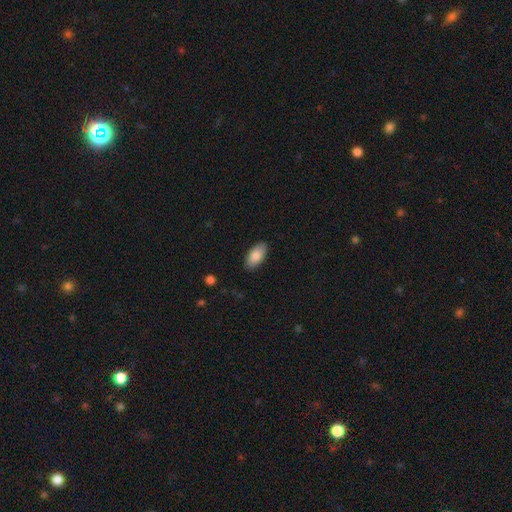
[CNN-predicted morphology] smooth_or_featured: smooth (p=0.85) [alt: featured or disk p=0.09]
how_rounded: in between (p=0.93) [alt: cigar-shaped p=0.05]
merging: none (p=0.88) [alt: minor disturbance p=0.09]